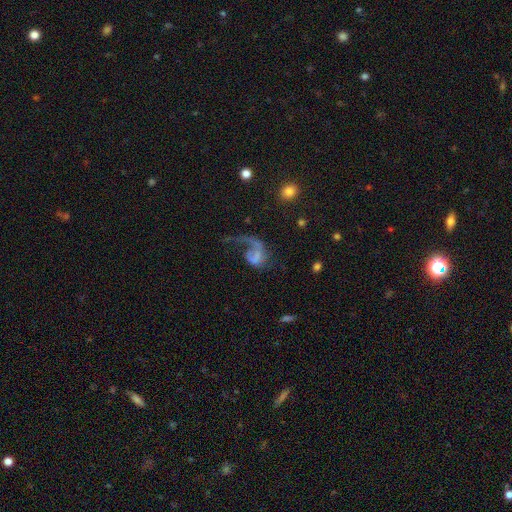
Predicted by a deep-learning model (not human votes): Smooth or featured? featured or disk (66%)
Edge-on disk? no (98%)
Bar? no (63%)
Spiral arms? yes (79%)
Spiral winding? loose (72%)
Spiral arm count? 1 (83%)
Bulge size? none (59%)
Merging? major disturbance (56%)